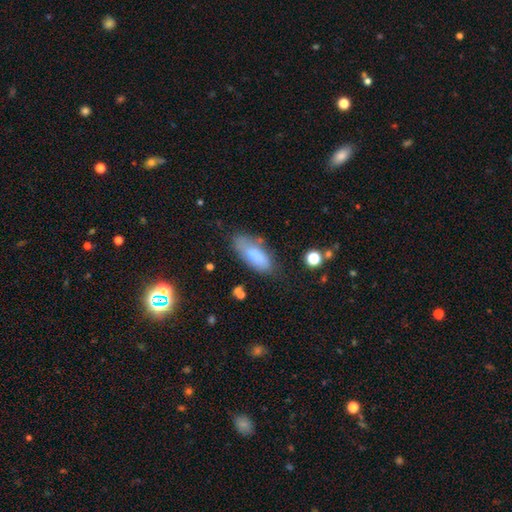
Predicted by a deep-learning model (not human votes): smooth_or_featured: smooth (p=0.77) [alt: featured or disk p=0.15]
how_rounded: in between (p=0.79) [alt: cigar-shaped p=0.18]
merging: none (p=0.62) [alt: minor disturbance p=0.24]